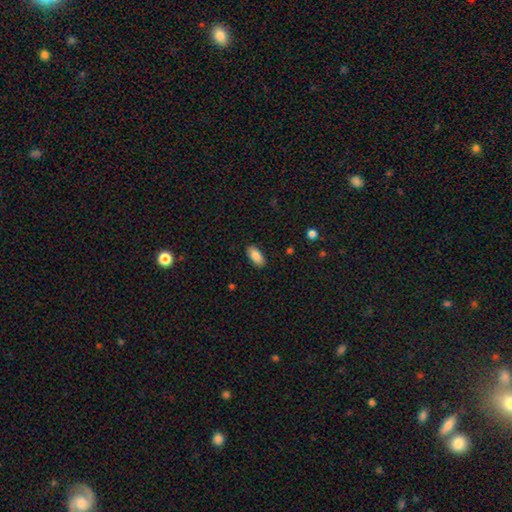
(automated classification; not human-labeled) smooth_or_featured: smooth (p=0.87) [alt: featured or disk p=0.07]
how_rounded: in between (p=0.91) [alt: cigar-shaped p=0.07]
merging: none (p=0.89) [alt: minor disturbance p=0.08]